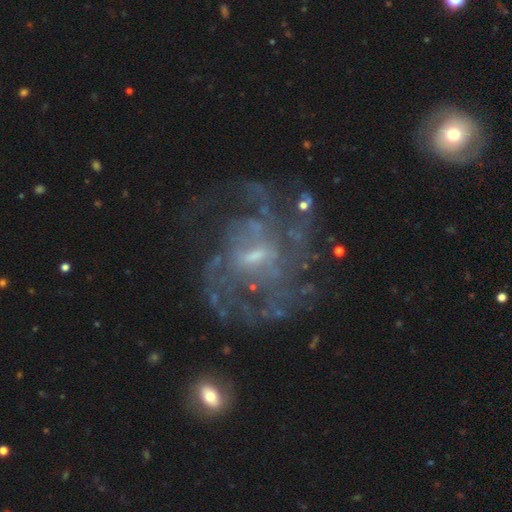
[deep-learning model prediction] Smooth or featured?
  - featured or disk: 82% *
  - star or artifact: 10%
  - smooth: 8%
Edge-on disk?
  - no: 97% *
  - yes: 3%
Bar?
  - weak: 56% *
  - no: 32%
  - strong: 12%
Spiral arms?
  - yes: 82% *
  - no: 18%
Spiral winding?
  - medium: 42% *
  - tight: 34%
  - loose: 24%
Spiral arm count?
  - can't tell: 47% *
  - 2: 15%
  - 3: 14%
  - 4: 12%
  - more than 4: 7%
  - 1: 6%
Bulge size?
  - small: 57% *
  - moderate: 29%
  - none: 10%
  - large: 2%
  - dominant: 1%
Merging?
  - none: 55% *
  - major disturbance: 25%
  - minor disturbance: 16%
  - merger: 4%